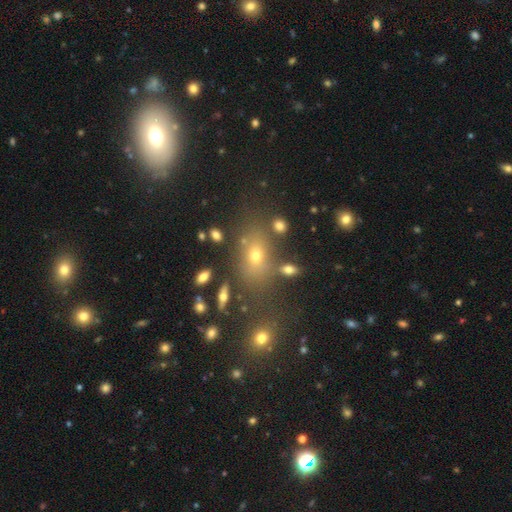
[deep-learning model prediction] Q: Smooth or featured?
A: smooth (61%); runner-up: star or artifact (21%)
Q: How rounded?
A: in between (72%); runner-up: round (24%)
Q: Merging?
A: none (69%); runner-up: minor disturbance (14%)